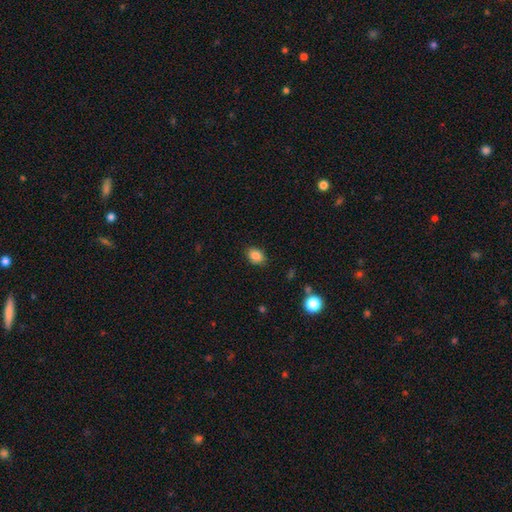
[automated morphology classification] A smooth galaxy with no disk features (87%) that is in between round and cigar-shaped (70%).

Vote fractions:
- Smooth or featured? smooth: 87% / star or artifact: 9% / featured or disk: 4%
- How rounded? in between: 70% / round: 29% / cigar-shaped: 1%
- Merging? none: 87% / minor disturbance: 10% / major disturbance: 3% / merger: 1%